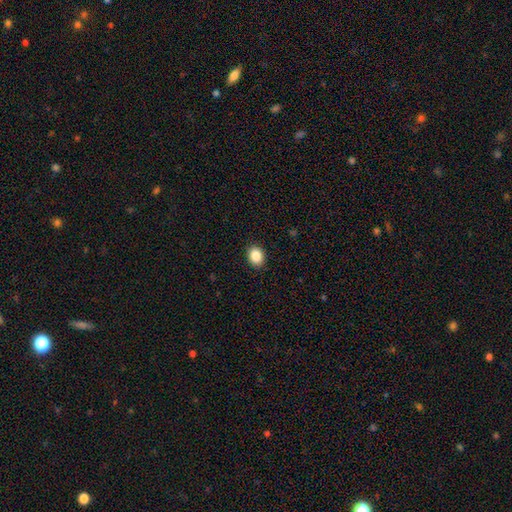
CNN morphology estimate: This is clearly a smooth galaxy (87%). How rounded: possibly in between (53%). Merging: clearly none (90%).